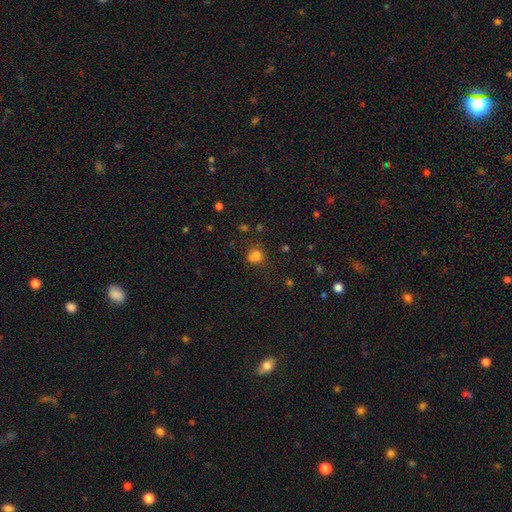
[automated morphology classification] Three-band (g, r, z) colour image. It shows a smooth galaxy with no disk features (73%) that is round (78%). Merging: none (48%).